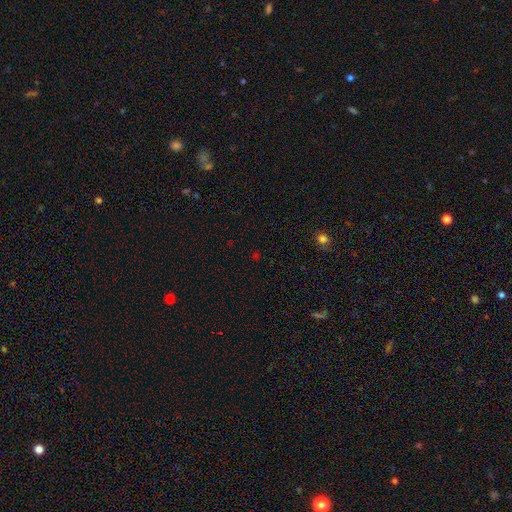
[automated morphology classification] Smooth or featured? Predicted: star or artifact (p=0.57).